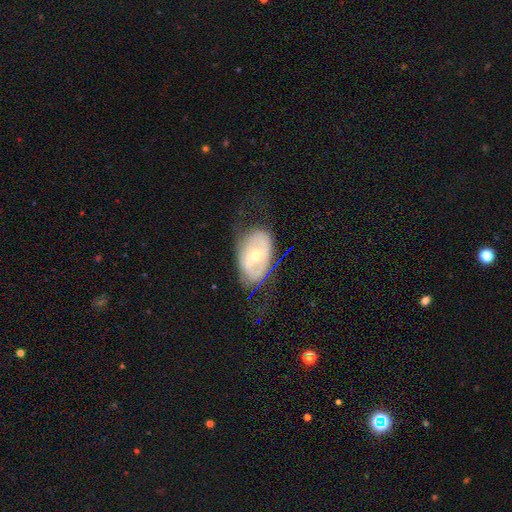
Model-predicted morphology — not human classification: Overall: featured or disk (68%). Edge-on disk: no (93%). Bar: no (44%; weak 32%). Spiral arms: no (52%; yes 48%). Bulge size: small (52%; moderate 45%). Merging: none (61%).